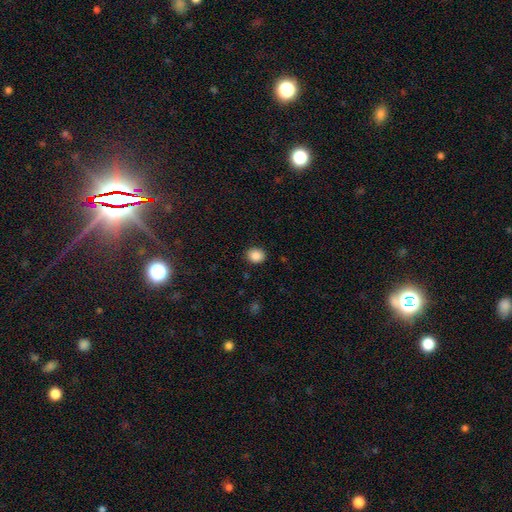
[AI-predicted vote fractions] Smooth or featured? Predicted: smooth (p=0.88). How rounded? Predicted: round (p=0.67). Merging? Predicted: none (p=0.90).